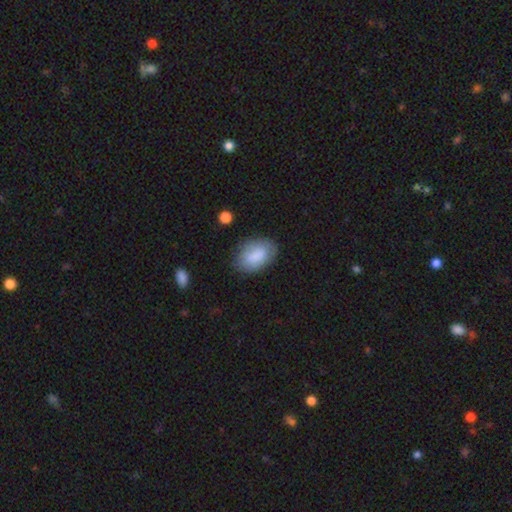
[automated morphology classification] Smooth or featured? smooth (80%)
How rounded? in between (88%)
Merging? none (73%)